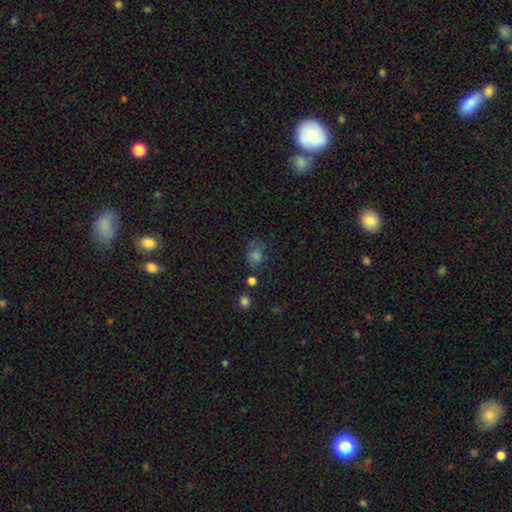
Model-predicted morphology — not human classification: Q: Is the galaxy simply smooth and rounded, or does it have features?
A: smooth — 67%.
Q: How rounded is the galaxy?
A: round — 60%.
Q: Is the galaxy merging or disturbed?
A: none — 58%.